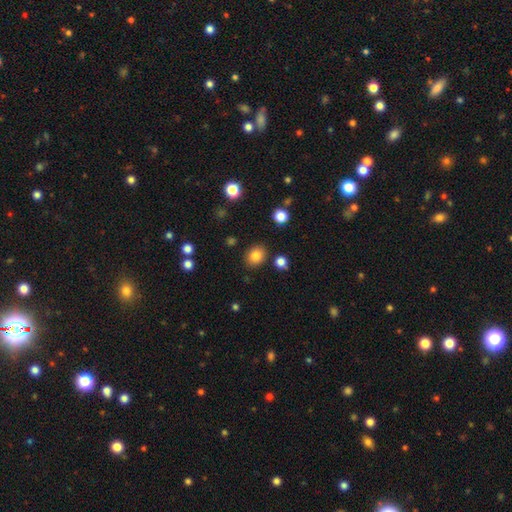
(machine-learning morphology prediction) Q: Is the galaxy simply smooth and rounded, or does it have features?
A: smooth — 83%.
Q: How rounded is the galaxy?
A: round — 57%.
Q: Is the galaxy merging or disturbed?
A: none — 85%.